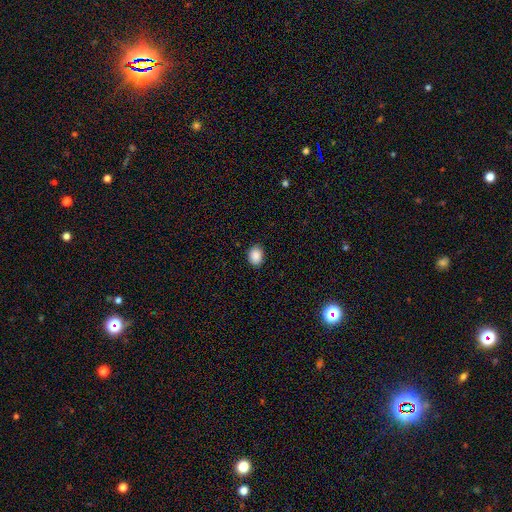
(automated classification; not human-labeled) smooth 88%, star or artifact 8%, featured or disk 3%. Down the decision tree: how rounded — in between (55%); merging — none (88%).